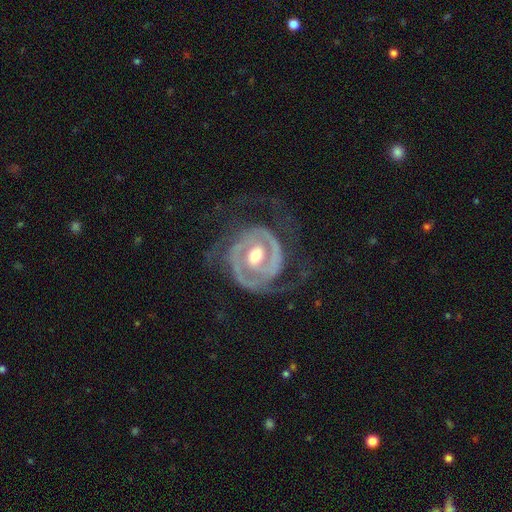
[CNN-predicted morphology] A featured or disk galaxy (89%) with no bar (44%), 2 (52%) tight (52%) spiral arms (90%) and a moderate central bulge (75%).

Vote fractions:
- Smooth or featured? featured or disk: 89% / smooth: 7% / star or artifact: 4%
- Edge-on disk? no: 97% / yes: 3%
- Bar? no: 44% / weak: 35% / strong: 21%
- Spiral arms? yes: 90% / no: 10%
- Spiral winding? tight: 52% / medium: 34% / loose: 14%
- Spiral arm count? 2: 52% / can't tell: 16% / 3: 14% / 1: 10% / 4: 4% / more than 4: 4%
- Bulge size? moderate: 75% / large: 11% / small: 11% / dominant: 1% / none: 1%
- Merging? none: 56% / major disturbance: 24% / minor disturbance: 18% / merger: 2%